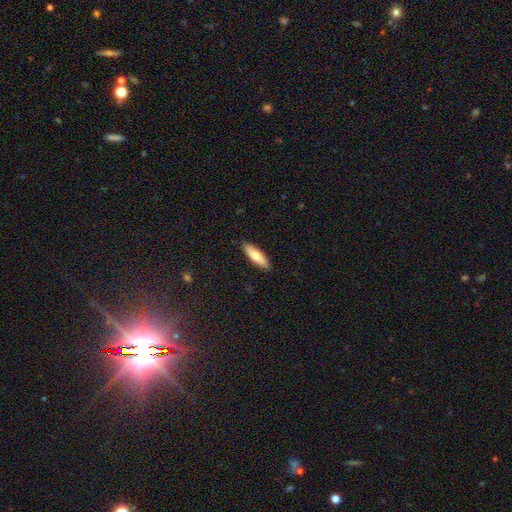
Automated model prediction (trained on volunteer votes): Smooth or featured? smooth (72%)
How rounded? cigar-shaped (56%)
Merging? none (89%)